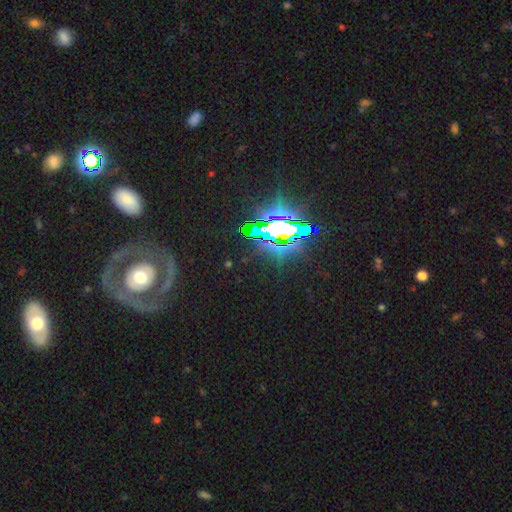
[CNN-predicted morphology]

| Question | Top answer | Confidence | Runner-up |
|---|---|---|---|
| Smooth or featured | featured or disk | 42% | star or artifact (41%) |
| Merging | none | 75% | minor disturbance (12%) |